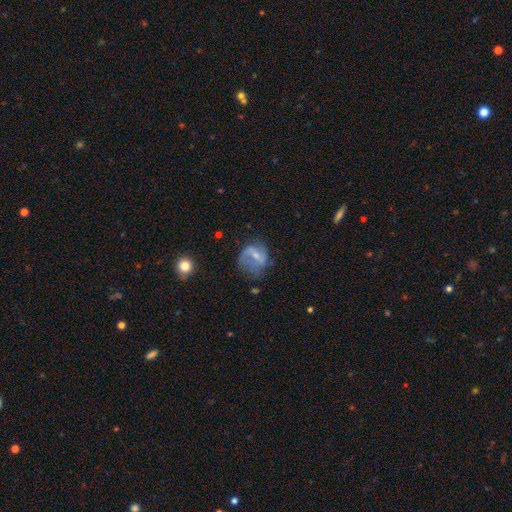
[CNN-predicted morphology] The model was most divided on "merging": none: 40%, major disturbance: 30%, minor disturbance: 27%, merger: 3%. Remaining: edge-on disk — no (97%); spiral arms — yes (69%); smooth or featured — featured or disk (60%); bulge size — small (50%); bar — weak (48%).